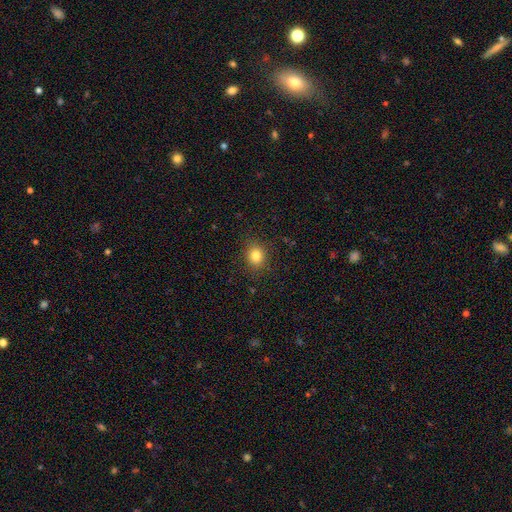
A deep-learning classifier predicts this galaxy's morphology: smooth-or-featured: smooth: 83% | star or artifact: 12% | featured or disk: 5%
  how-rounded: round: 69% | in between: 30% | cigar-shaped: 1%
  merging: none: 88% | minor disturbance: 8% | major disturbance: 3% | merger: 1%